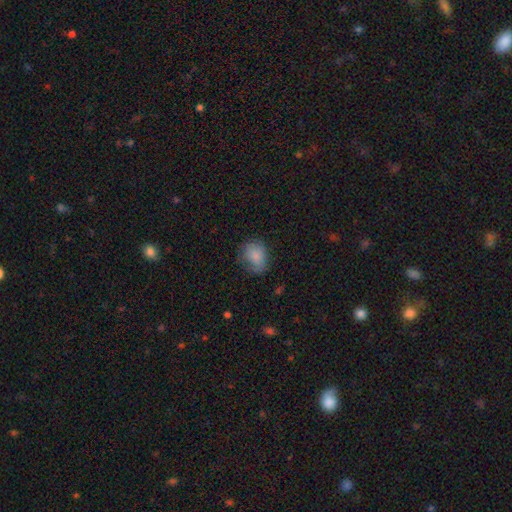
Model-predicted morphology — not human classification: Overall: smooth (82%). How rounded: in between (50%; round 48%). Merging: none (58%; minor disturbance 29%).